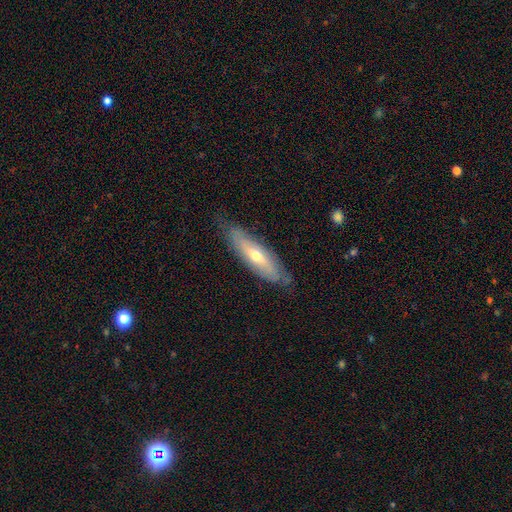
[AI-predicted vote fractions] Smooth or featured? featured or disk (59%)
Edge-on disk? no (52%)
Merging? none (76%)